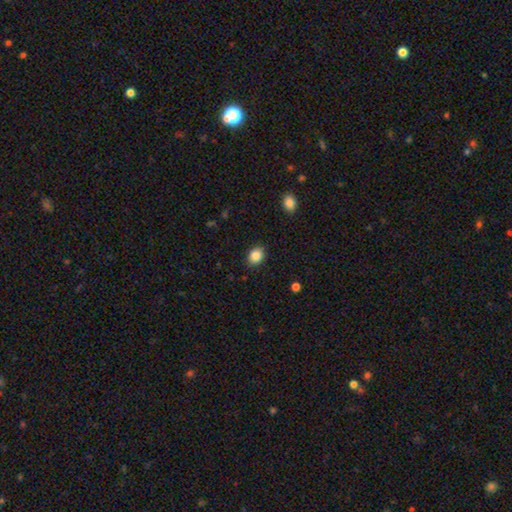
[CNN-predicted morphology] A smooth galaxy with no disk features (87%) that is in between round and cigar-shaped (53%).

Vote fractions:
- Smooth or featured? smooth: 87% / star or artifact: 9% / featured or disk: 4%
- How rounded? in between: 53% / round: 46% / cigar-shaped: 1%
- Merging? none: 87% / minor disturbance: 9% / major disturbance: 3% / merger: 1%